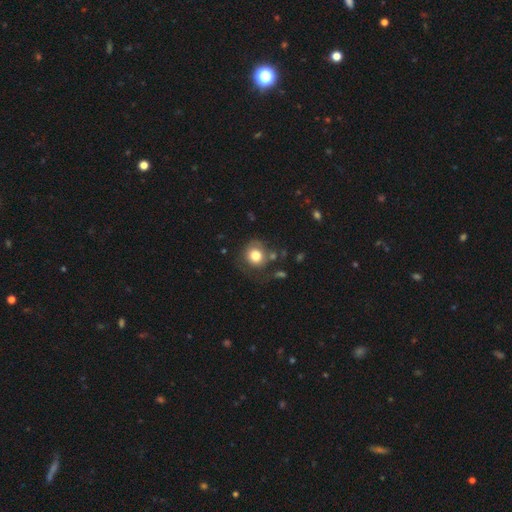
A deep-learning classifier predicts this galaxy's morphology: A smooth galaxy with no disk features (78%) that is round (84%). Merging: none (62%).